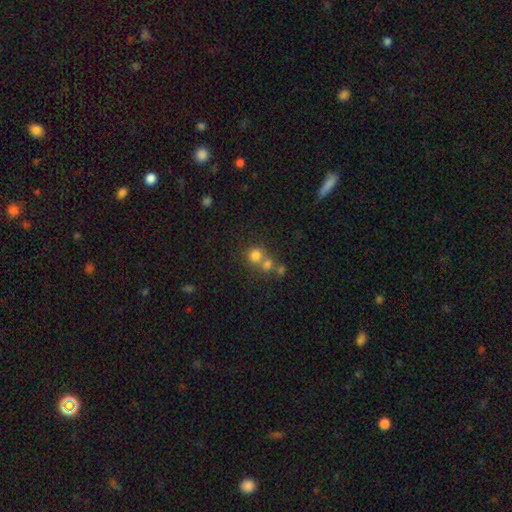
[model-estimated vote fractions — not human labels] The model was most divided on "merging": none: 47%, merger: 42%, minor disturbance: 7%, major disturbance: 4%. More confident: how rounded — round (86%); smooth or featured — smooth (74%).